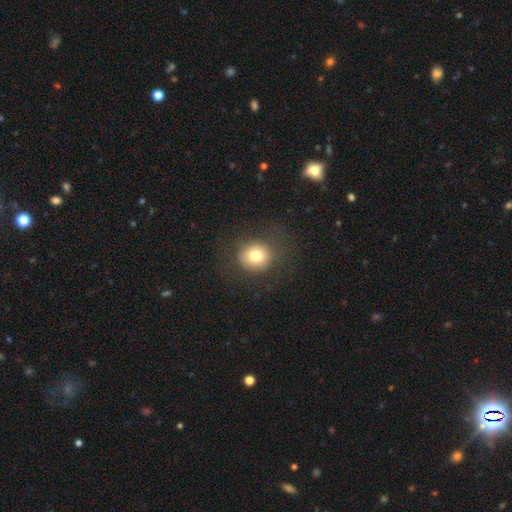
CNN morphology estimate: Smooth or featured? smooth (77%)
How rounded? round (85%)
Merging? none (83%)